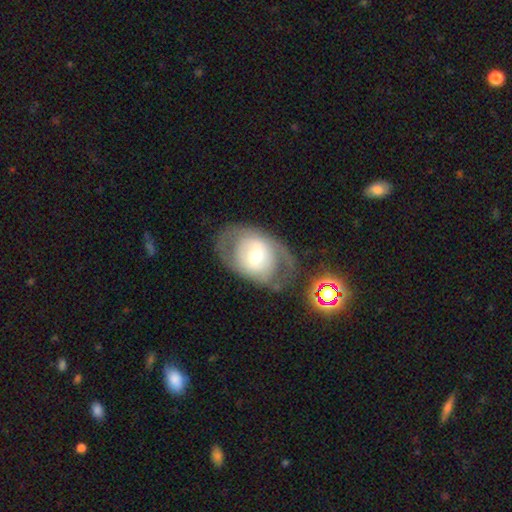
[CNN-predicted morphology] featured or disk 55%, smooth 37%, star or artifact 8%. Down the decision tree: edge-on disk — no (93%); bar — no (59%); spiral arms — no (57%); bulge size — moderate (56%); merging — none (64%).